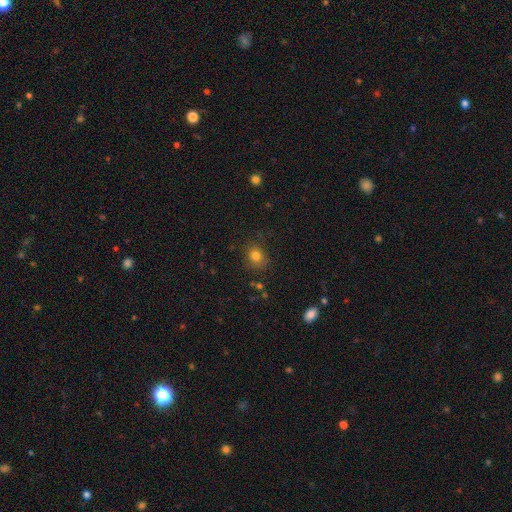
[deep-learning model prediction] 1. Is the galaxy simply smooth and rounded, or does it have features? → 79% smooth, 13% star or artifact, 8% featured or disk.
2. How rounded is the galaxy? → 68% round, 31% in between, 1% cigar-shaped.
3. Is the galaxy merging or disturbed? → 75% none, 17% minor disturbance, 6% major disturbance, 2% merger.